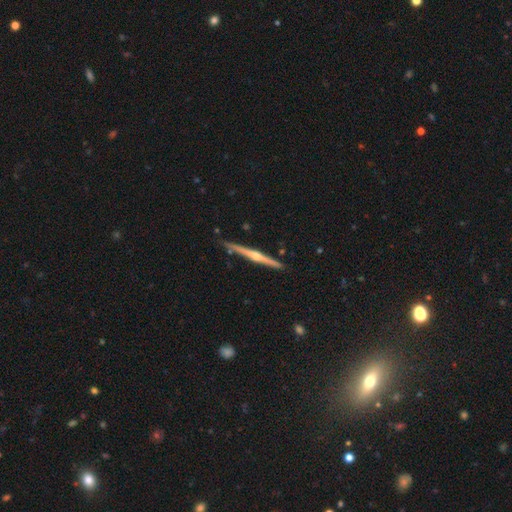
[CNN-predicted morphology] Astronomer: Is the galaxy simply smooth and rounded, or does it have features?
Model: featured or disk — 80%.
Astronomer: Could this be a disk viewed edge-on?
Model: yes — 98%.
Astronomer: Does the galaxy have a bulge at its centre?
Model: rounded — 84%.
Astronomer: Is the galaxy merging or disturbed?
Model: none — 87%.